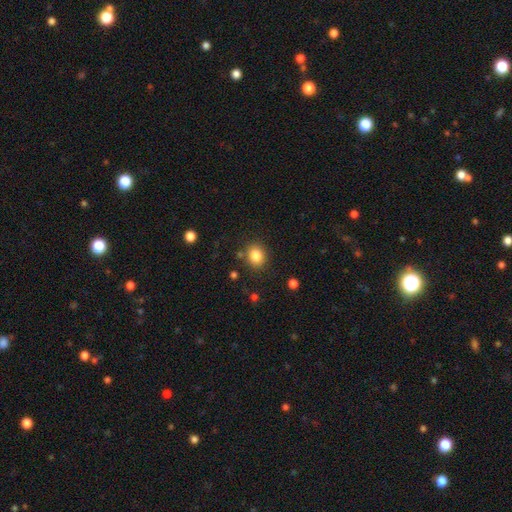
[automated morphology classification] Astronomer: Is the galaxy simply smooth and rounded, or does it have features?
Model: smooth — 84%.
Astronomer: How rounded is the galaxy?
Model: round — 66%.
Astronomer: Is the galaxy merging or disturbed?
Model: none — 83%.